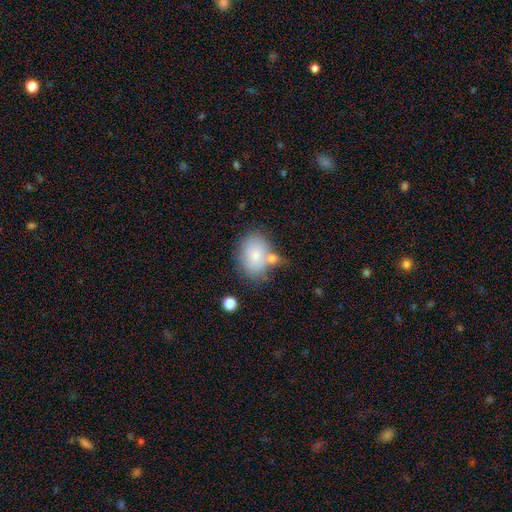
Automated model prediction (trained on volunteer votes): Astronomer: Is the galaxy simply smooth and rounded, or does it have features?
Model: smooth — 76%.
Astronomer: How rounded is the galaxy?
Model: in between — 63%.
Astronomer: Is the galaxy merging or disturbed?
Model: none — 53%.